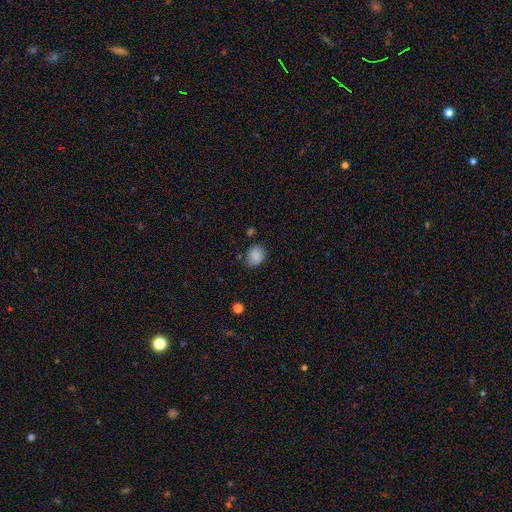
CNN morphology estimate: Smooth or featured: smooth — 85% (star or artifact — 9%)
How rounded: round — 55% (in between — 44%)
Merging: none — 75% (minor disturbance — 19%)